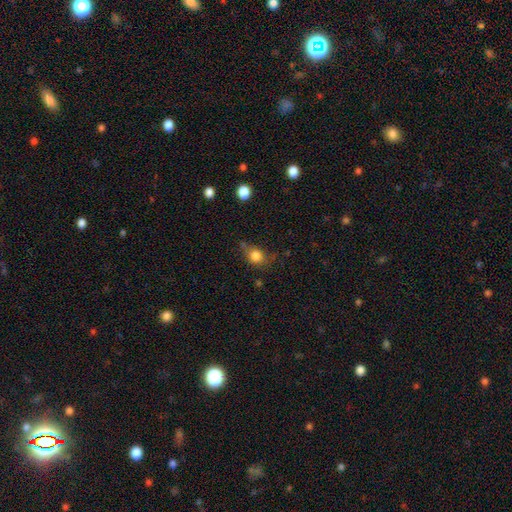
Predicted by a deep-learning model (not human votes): This appears to be a smooth galaxy with no disk features (82%) that is round (65%). Merging: none (59%).